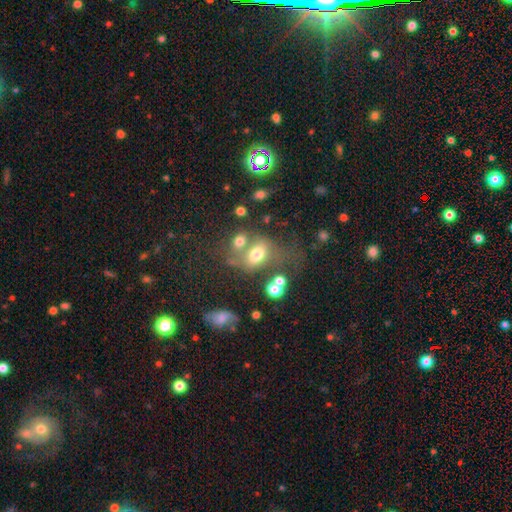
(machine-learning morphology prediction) Q: Smooth or featured?
A: smooth (63%); runner-up: featured or disk (20%)
Q: How rounded?
A: in between (72%); runner-up: round (25%)
Q: Merging?
A: none (36%); runner-up: merger (32%)